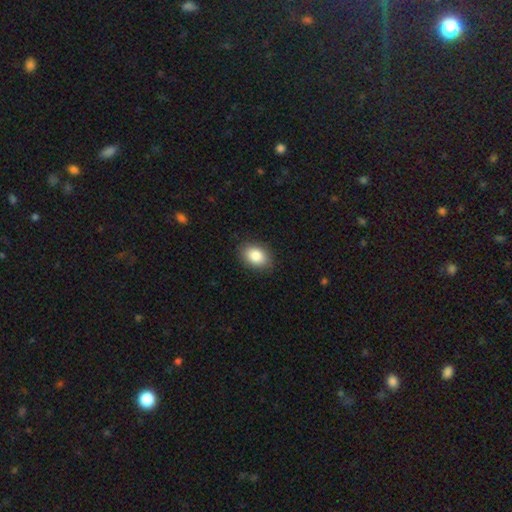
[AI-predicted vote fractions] A smooth galaxy with no disk features (85%) that is in between round and cigar-shaped (79%). Merging: none (87%).